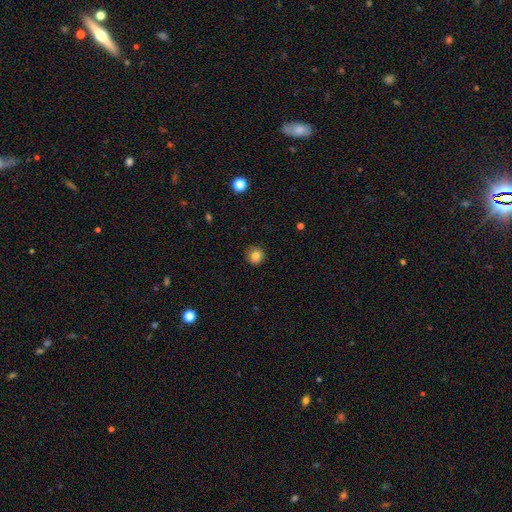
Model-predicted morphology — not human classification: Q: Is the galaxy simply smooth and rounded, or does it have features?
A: smooth — 84%.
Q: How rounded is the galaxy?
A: round — 92%.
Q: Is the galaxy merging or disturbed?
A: none — 89%.